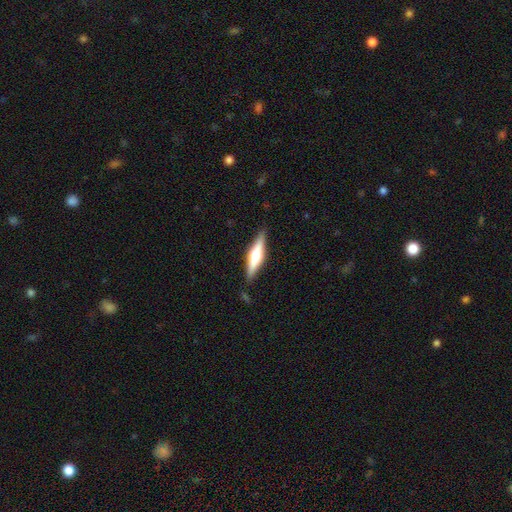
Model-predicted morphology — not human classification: A featured or disk galaxy (59%) viewed edge-on (97%) with a rounded central bulge (82%).

Vote fractions:
- Smooth or featured? featured or disk: 59% / smooth: 36% / star or artifact: 5%
- Edge-on disk? yes: 97% / no: 3%
- Edge-on bulge? rounded: 82% / boxy: 13% / none: 4%
- Merging? none: 87% / minor disturbance: 9% / major disturbance: 2% / merger: 2%